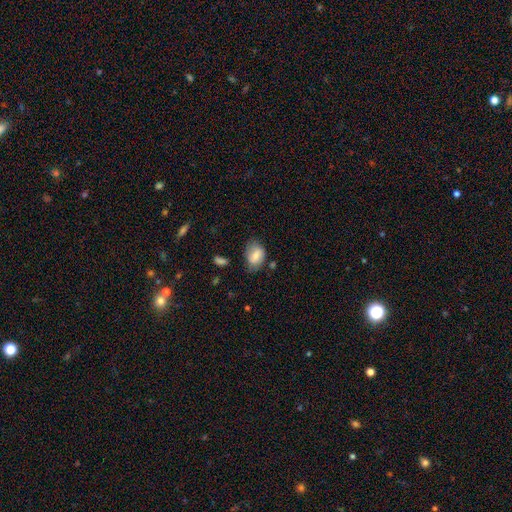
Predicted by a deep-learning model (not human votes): Smooth or featured?
  - smooth: 74% *
  - featured or disk: 18%
  - star or artifact: 8%
How rounded?
  - in between: 75% *
  - round: 24%
  - cigar-shaped: 1%
Merging?
  - none: 57% *
  - minor disturbance: 30%
  - major disturbance: 9%
  - merger: 3%